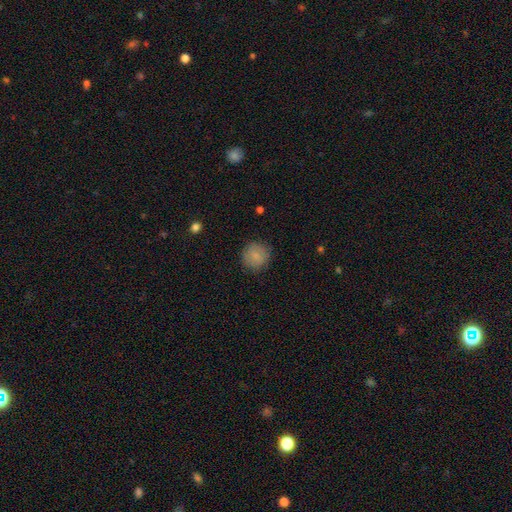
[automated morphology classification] smooth_or_featured: smooth (p=0.83) [alt: featured or disk p=0.09]
how_rounded: round (p=0.91) [alt: in between p=0.08]
merging: none (p=0.85) [alt: minor disturbance p=0.11]